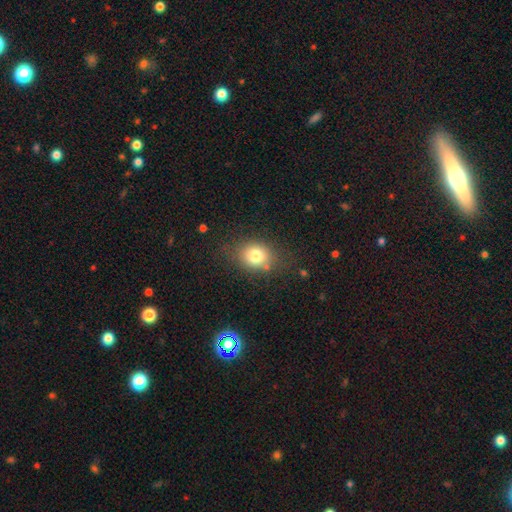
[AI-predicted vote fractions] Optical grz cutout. It shows a smooth galaxy with no disk features (78%) that is round (56%). Merging: none (76%).